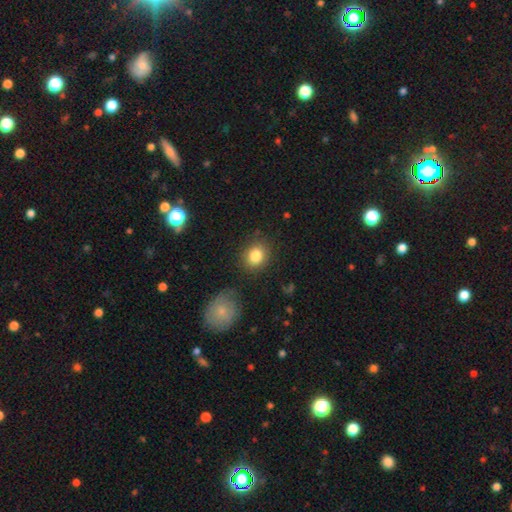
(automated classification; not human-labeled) A smooth galaxy with no disk features (85%) that is round (63%). Merging: none (82%).